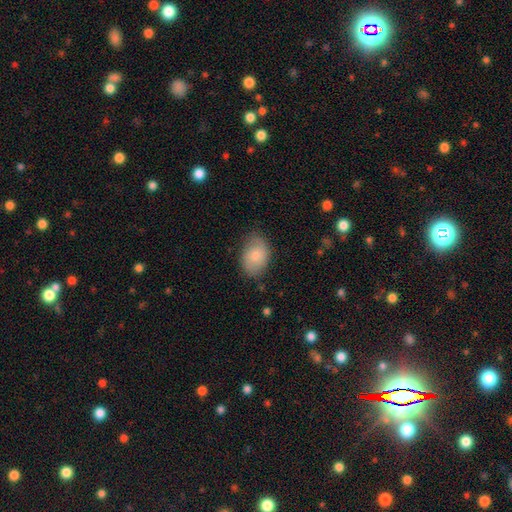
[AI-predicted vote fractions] A smooth galaxy with no disk features (78%) that is in between round and cigar-shaped (81%). Merging: none (74%).